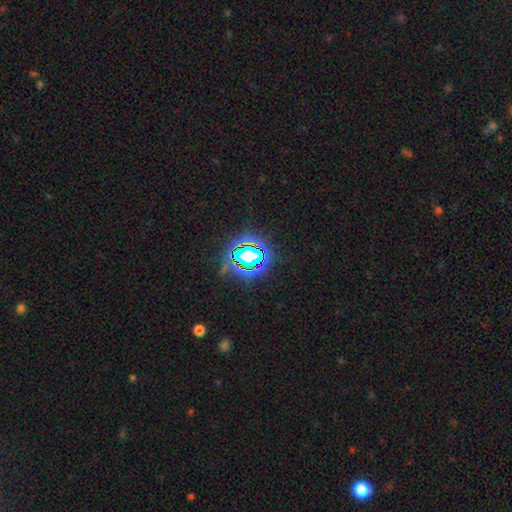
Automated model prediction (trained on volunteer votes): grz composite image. It shows a star or artifact, not a galaxy (73%).